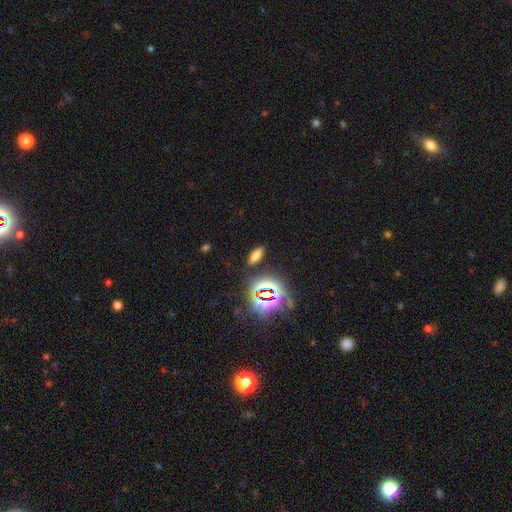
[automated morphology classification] smooth-or-featured: smooth: 64% | star or artifact: 29% | featured or disk: 8%
  how-rounded: in between: 67% | cigar-shaped: 27% | round: 6%
  merging: none: 87% | minor disturbance: 7% | merger: 3% | major disturbance: 3%